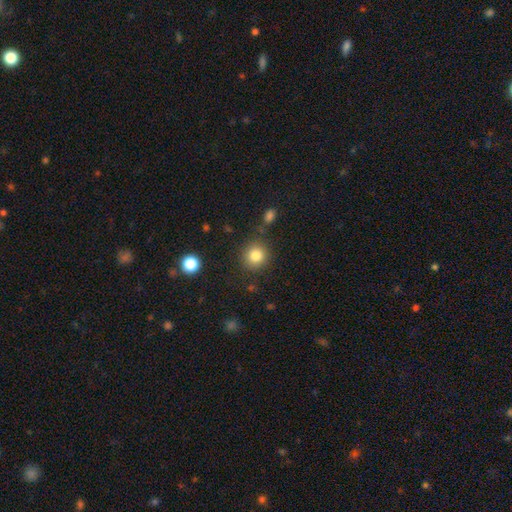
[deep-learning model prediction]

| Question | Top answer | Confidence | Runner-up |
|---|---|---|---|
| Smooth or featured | smooth | 83% | star or artifact (11%) |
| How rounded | round | 89% | in between (10%) |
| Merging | none | 83% | minor disturbance (10%) |